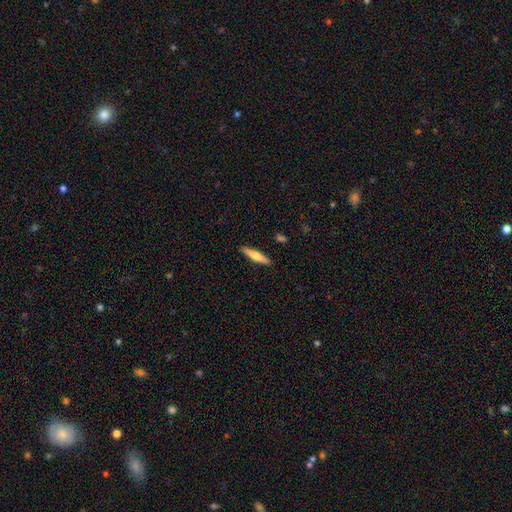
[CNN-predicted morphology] Overall: smooth (56%; featured or disk 38%). How rounded: cigar-shaped (85%). Merging: none (90%).